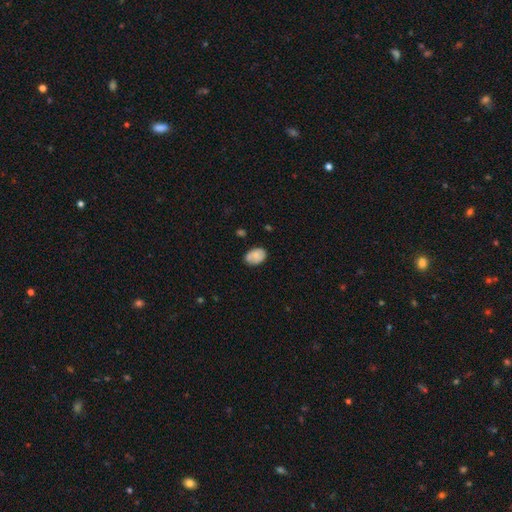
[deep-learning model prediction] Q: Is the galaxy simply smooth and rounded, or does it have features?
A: smooth — 69%.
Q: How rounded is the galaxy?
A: in between — 81%.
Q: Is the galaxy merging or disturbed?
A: none — 66%.